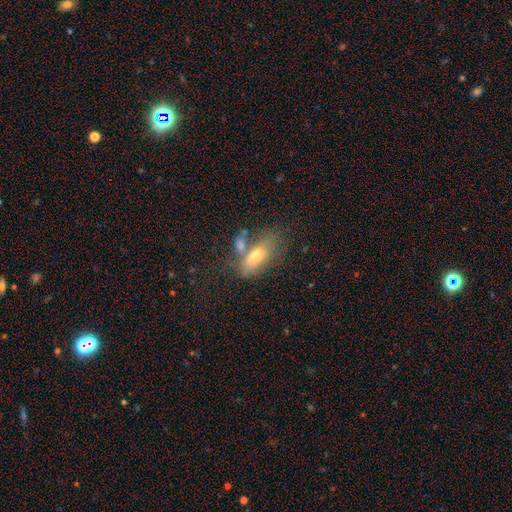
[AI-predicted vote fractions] smooth 61%, featured or disk 31%, star or artifact 8%. Down the decision tree: how rounded — in between (79%); merging — none (44%).